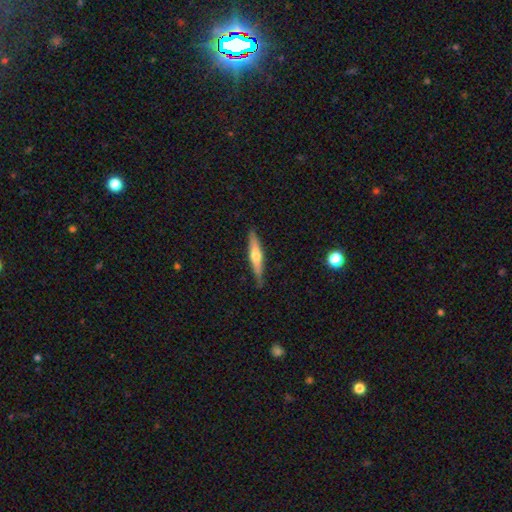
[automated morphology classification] Q: Smooth or featured?
A: featured or disk (52%); runner-up: smooth (42%)
Q: Edge-on disk?
A: yes (94%); runner-up: no (6%)
Q: Merging?
A: none (84%); runner-up: minor disturbance (12%)